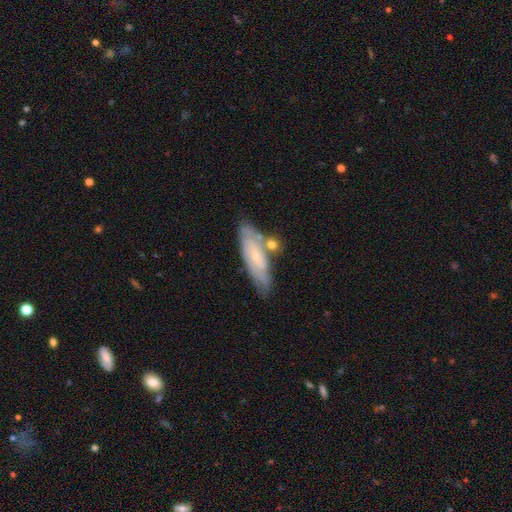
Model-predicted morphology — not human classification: smooth_or_featured: featured or disk (p=0.63) [alt: smooth p=0.30]
disk_edge_on: no (p=0.76) [alt: yes p=0.24]
merging: none (p=0.63) [alt: minor disturbance p=0.18]